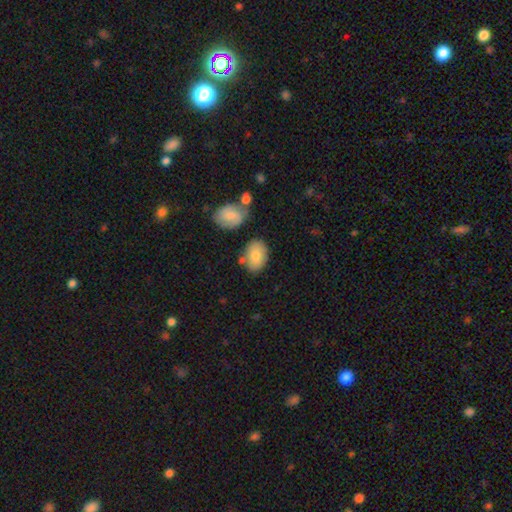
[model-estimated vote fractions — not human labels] Smooth or featured? Predicted: smooth (p=0.81). How rounded? Predicted: in between (p=0.83). Merging? Predicted: none (p=0.71).